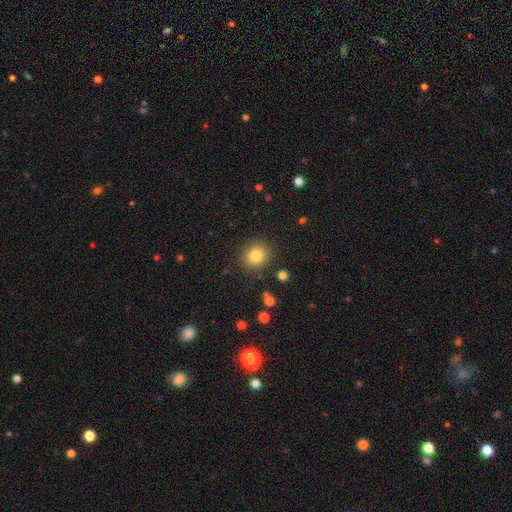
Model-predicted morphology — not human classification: Smooth or featured? smooth (81%)
How rounded? round (83%)
Merging? none (88%)